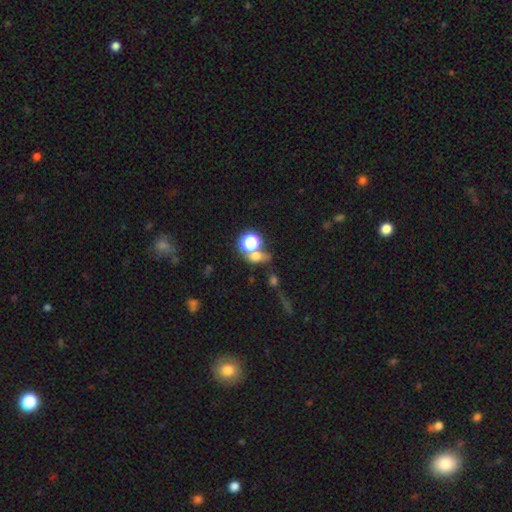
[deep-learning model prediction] Smooth or featured? smooth (57%)
How rounded? round (56%)
Merging? none (51%)